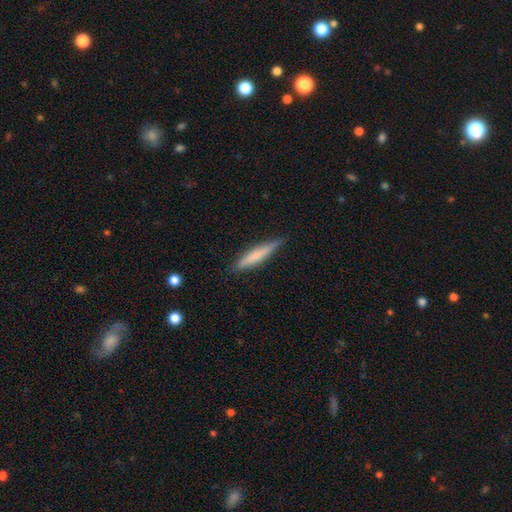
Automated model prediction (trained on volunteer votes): Morphology: type=smooth (63%); roundness=cigar-shaped (92%); merging=none (87%).